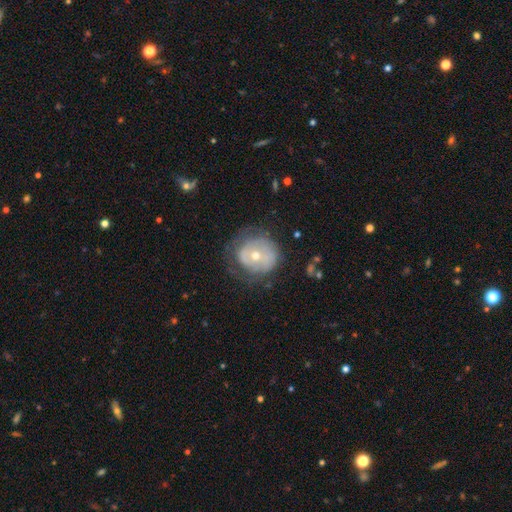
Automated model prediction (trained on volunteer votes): Smooth or featured? Predicted: featured or disk (p=0.57). Edge-on disk? Predicted: no (p=0.96). Bar? Predicted: no (p=0.74). Spiral arms? Predicted: yes (p=0.50, tied with no). Bulge size? Predicted: moderate (p=0.50). Merging? Predicted: none (p=0.59).